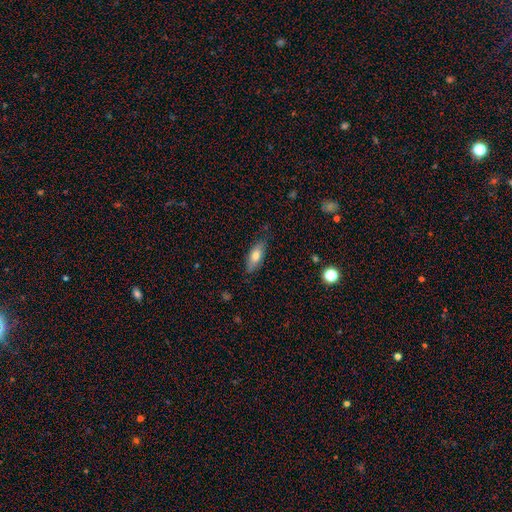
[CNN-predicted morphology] smooth_or_featured: smooth (p=0.72) [alt: featured or disk p=0.21]
how_rounded: in between (p=0.77) [alt: cigar-shaped p=0.21]
merging: none (p=0.80) [alt: minor disturbance p=0.15]